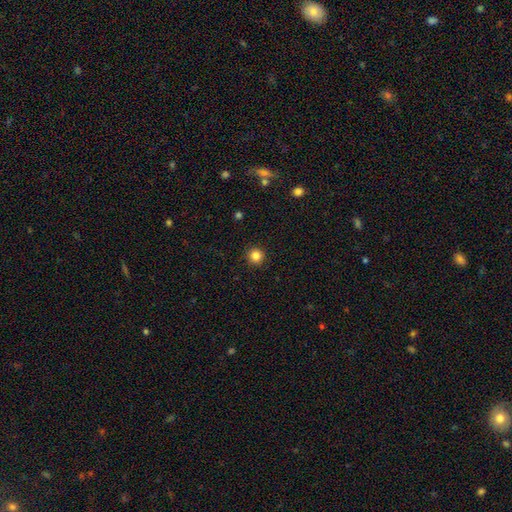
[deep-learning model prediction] This appears to be a smooth galaxy with no disk features (84%) that is round (95%). Merging: none (92%).